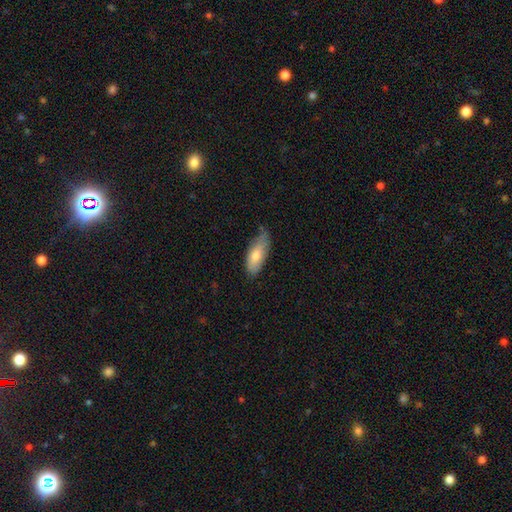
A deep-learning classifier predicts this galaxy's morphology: type=smooth (73%); roundness=in between (76%); merging=none (60%).